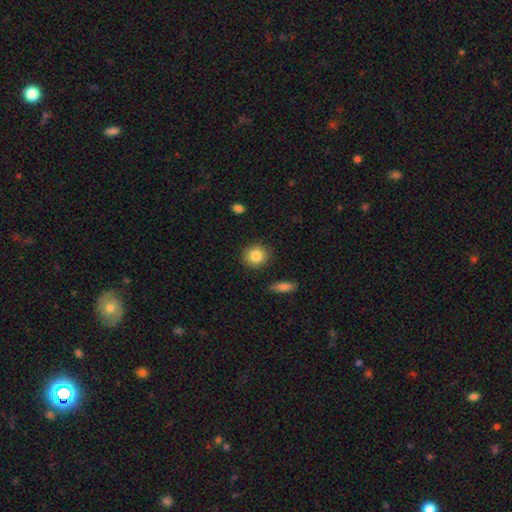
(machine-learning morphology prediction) smooth 85%, star or artifact 8%, featured or disk 7%. Down the decision tree: how rounded — round (86%); merging — none (88%).